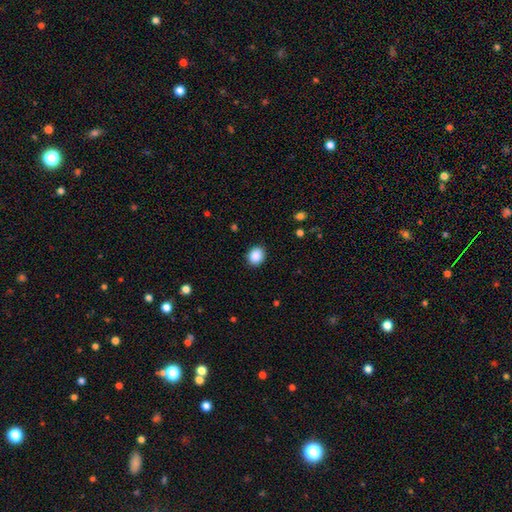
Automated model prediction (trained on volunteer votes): smooth-or-featured: smooth: 88% | star or artifact: 8% | featured or disk: 3%
  how-rounded: round: 65% | in between: 35% | cigar-shaped: 1%
  merging: none: 90% | minor disturbance: 7% | major disturbance: 2% | merger: 1%